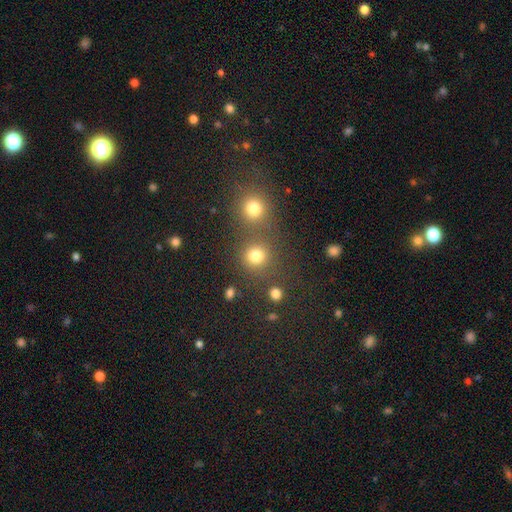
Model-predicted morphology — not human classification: This is likely a smooth galaxy (80%). How rounded: clearly round (89%). Merging: likely none (66%).